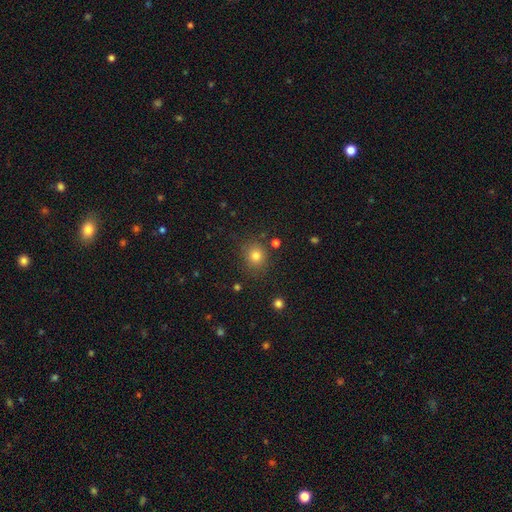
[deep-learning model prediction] smooth_or_featured: smooth (p=0.80) [alt: star or artifact p=0.14]
how_rounded: round (p=0.82) [alt: in between p=0.17]
merging: none (p=0.83) [alt: minor disturbance p=0.10]